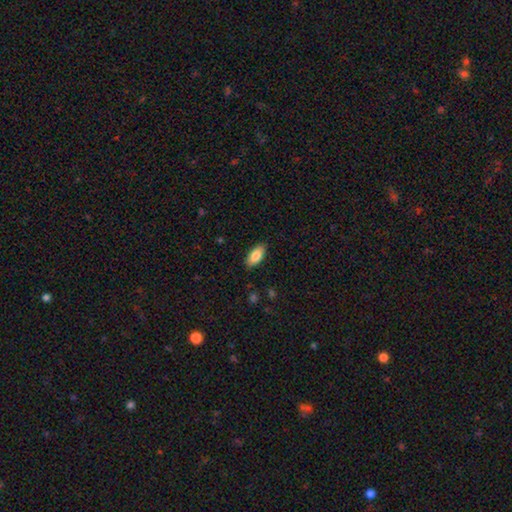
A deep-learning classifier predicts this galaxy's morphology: This is clearly a smooth galaxy (85%). How rounded: clearly in between (90%). Merging: clearly none (88%).